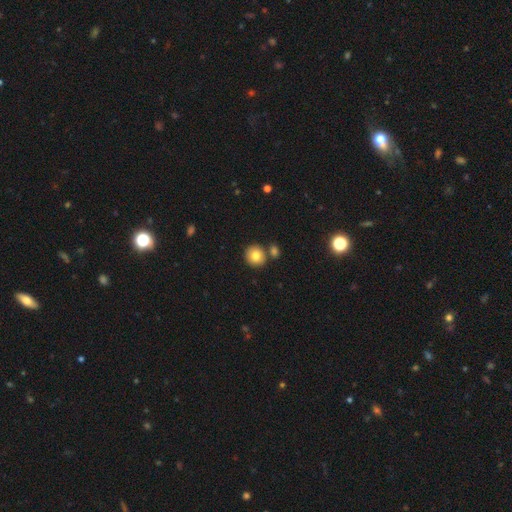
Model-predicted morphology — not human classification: smooth-or-featured: smooth: 81% | star or artifact: 10% | featured or disk: 9%
  how-rounded: round: 90% | in between: 9% | cigar-shaped: 1%
  merging: none: 73% | merger: 16% | minor disturbance: 9% | major disturbance: 2%